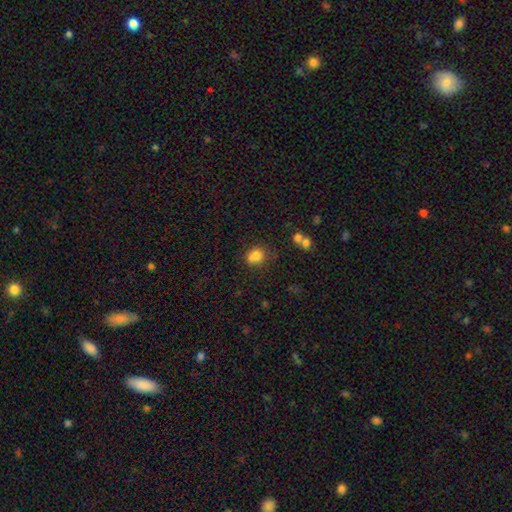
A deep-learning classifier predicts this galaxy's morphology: A smooth galaxy with no disk features (77%) that is round (58%).

Vote fractions:
- Smooth or featured? smooth: 77% / star or artifact: 12% / featured or disk: 11%
- How rounded? round: 58% / in between: 41% / cigar-shaped: 1%
- Merging? none: 47% / merger: 26% / minor disturbance: 20% / major disturbance: 8%